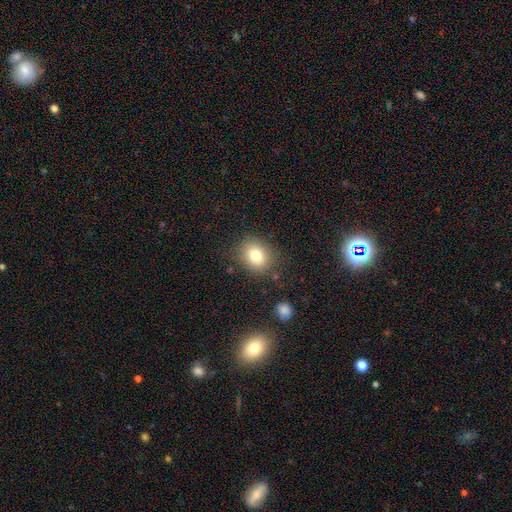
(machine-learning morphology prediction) This appears to be a smooth galaxy with no disk features (78%) that is round (60%). Merging: none (83%).